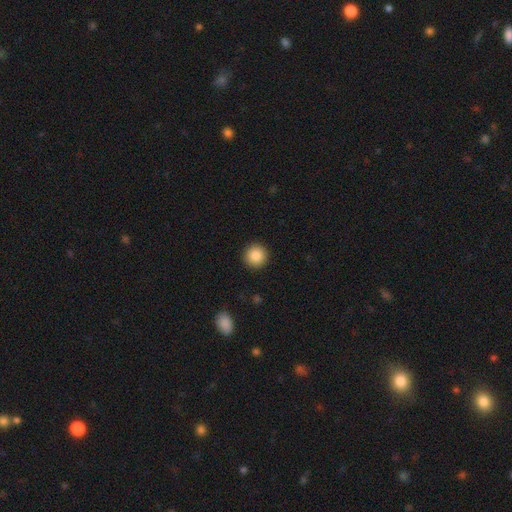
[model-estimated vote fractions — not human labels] Morphology: type=smooth (87%); roundness=round (95%); merging=none (92%).